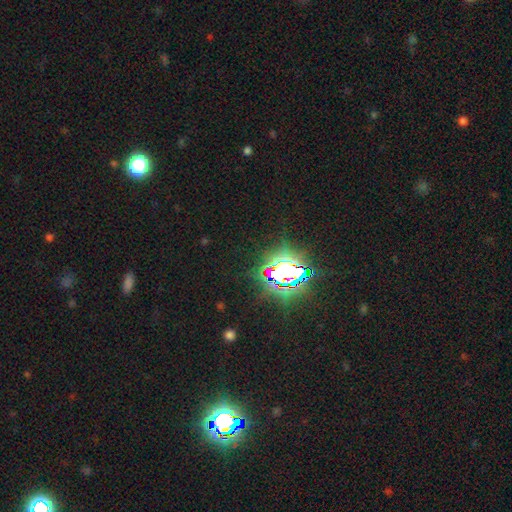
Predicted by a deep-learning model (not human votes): Smooth or featured?
  - star or artifact: 83% *
  - smooth: 10%
  - featured or disk: 7%